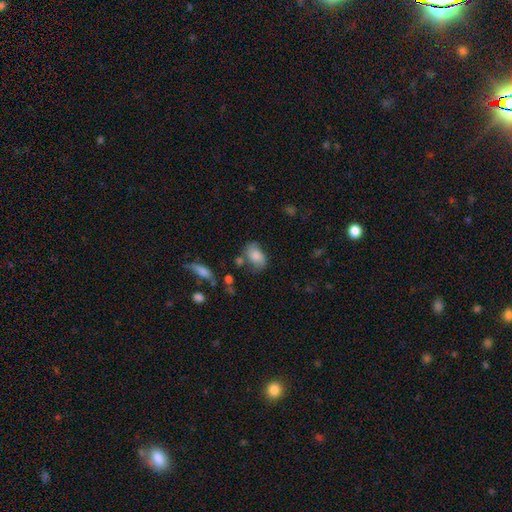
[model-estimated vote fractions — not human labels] A smooth galaxy with no disk features (74%) that is in between round and cigar-shaped (89%). Merging: none (57%).